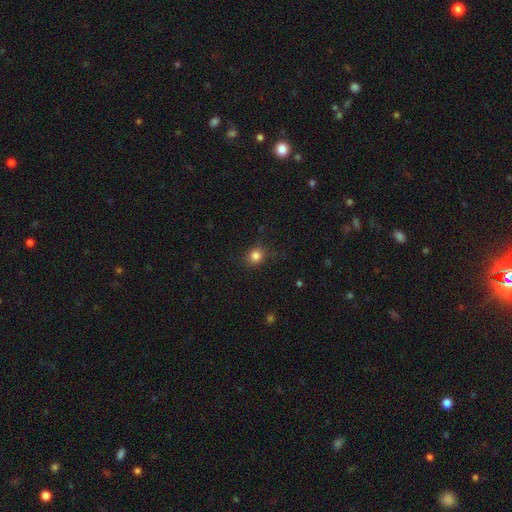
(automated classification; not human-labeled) smooth_or_featured: smooth (p=0.83) [alt: star or artifact p=0.12]
how_rounded: round (p=0.80) [alt: in between p=0.19]
merging: none (p=0.84) [alt: minor disturbance p=0.12]